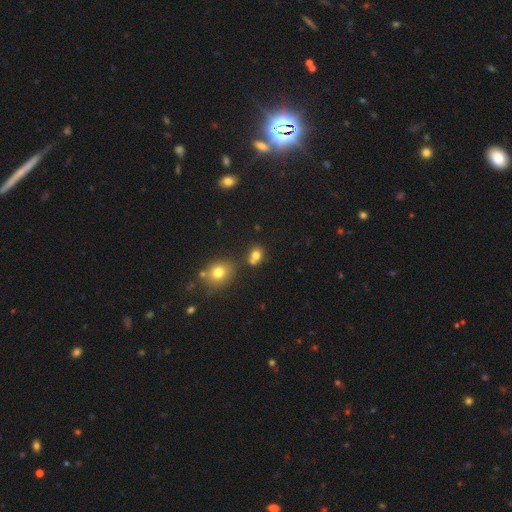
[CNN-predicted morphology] Smooth or featured? smooth (76%)
How rounded? round (67%)
Merging? none (54%)